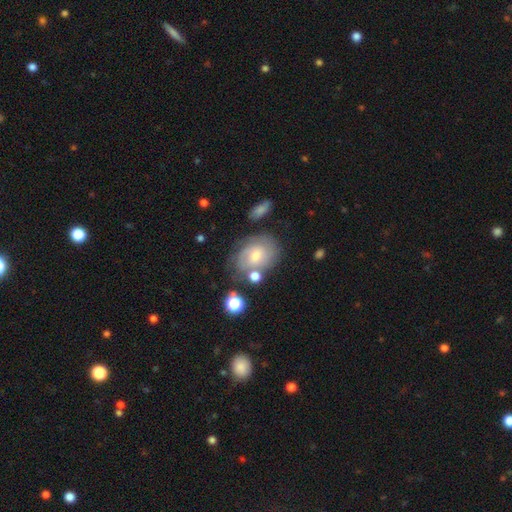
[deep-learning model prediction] A featured or disk galaxy (46%).

Vote fractions:
- Smooth or featured? featured or disk: 46% / smooth: 45% / star or artifact: 9%
- Merging? none: 58% / minor disturbance: 21% / merger: 12% / major disturbance: 9%